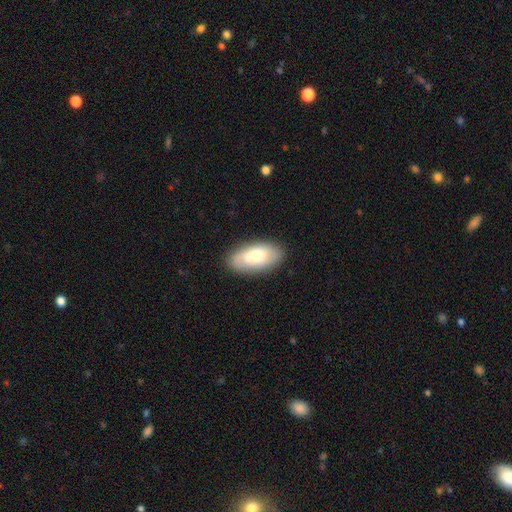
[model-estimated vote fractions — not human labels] A smooth galaxy with no disk features (59%) that is in between round and cigar-shaped (92%). Merging: none (77%).